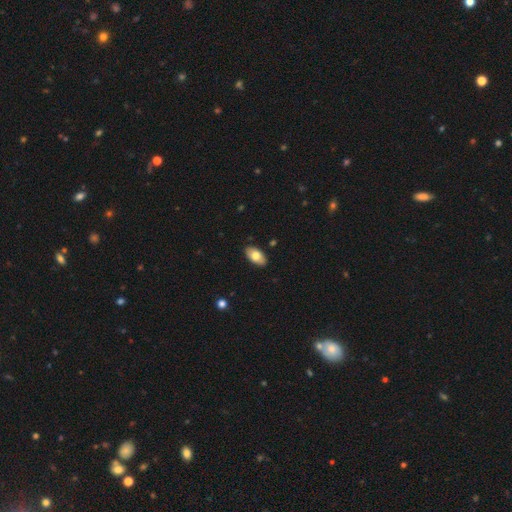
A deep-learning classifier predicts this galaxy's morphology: smooth 76%, featured or disk 18%, star or artifact 6%. Down the decision tree: how rounded — in between (94%); merging — none (88%).